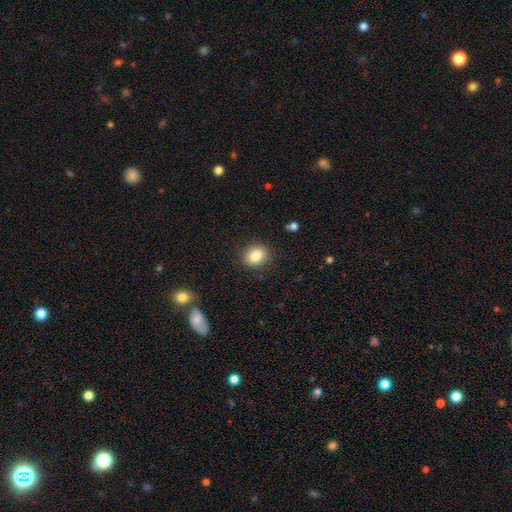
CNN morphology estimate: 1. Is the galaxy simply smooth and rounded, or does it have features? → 84% smooth, 9% star or artifact, 7% featured or disk.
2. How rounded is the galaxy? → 56% round, 43% in between, 1% cigar-shaped.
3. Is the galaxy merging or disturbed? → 87% none, 9% minor disturbance, 3% major disturbance, 1% merger.